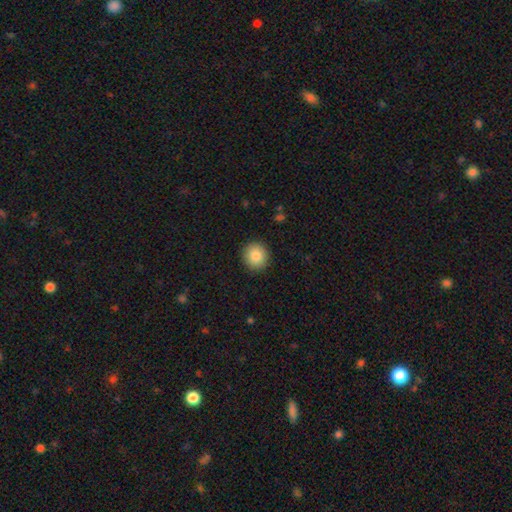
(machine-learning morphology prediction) Smooth or featured? Predicted: smooth (p=0.86). How rounded? Predicted: round (p=0.89). Merging? Predicted: none (p=0.91).